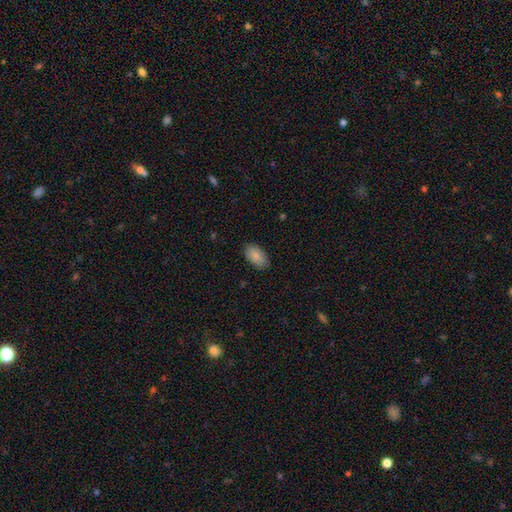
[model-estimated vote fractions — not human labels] Smooth or featured: smooth — 85% (featured or disk — 8%)
How rounded: in between — 94% (round — 4%)
Merging: none — 85% (minor disturbance — 11%)